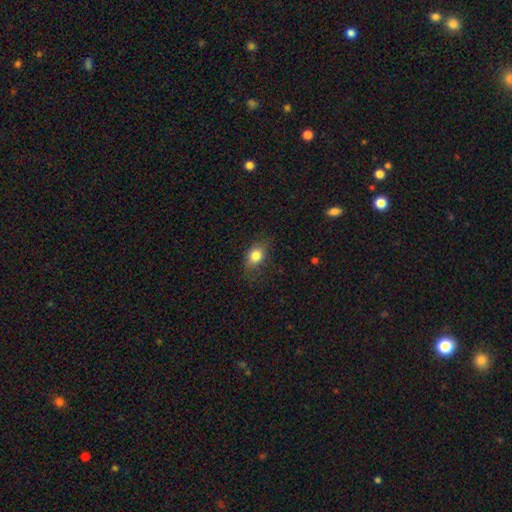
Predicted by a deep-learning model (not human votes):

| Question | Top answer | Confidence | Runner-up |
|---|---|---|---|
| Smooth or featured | smooth | 82% | star or artifact (10%) |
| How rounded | in between | 65% | round (33%) |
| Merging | none | 72% | minor disturbance (21%) |